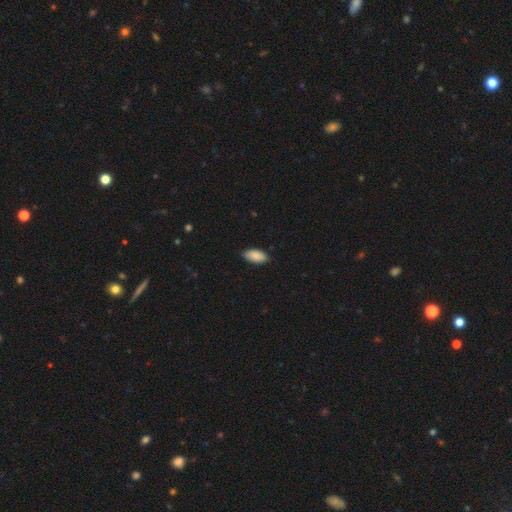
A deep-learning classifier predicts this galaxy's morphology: type=smooth (90%); roundness=in between (94%); merging=none (85%).